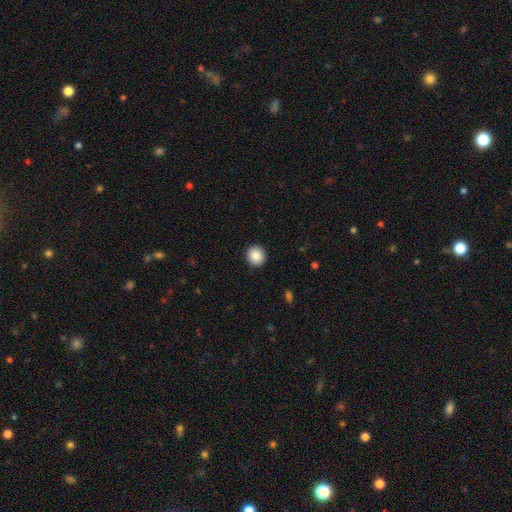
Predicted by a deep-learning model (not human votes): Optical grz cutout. It shows a smooth galaxy with no disk features (88%) that is round (91%). Merging: none (93%).